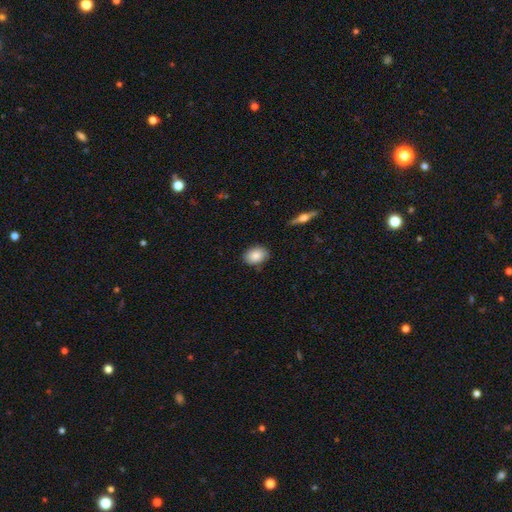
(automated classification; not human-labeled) A smooth galaxy with no disk features (86%) that is in between round and cigar-shaped (76%).

Vote fractions:
- Smooth or featured? smooth: 86% / featured or disk: 7% / star or artifact: 7%
- How rounded? in between: 76% / round: 22% / cigar-shaped: 1%
- Merging? none: 85% / minor disturbance: 12% / major disturbance: 2% / merger: 1%